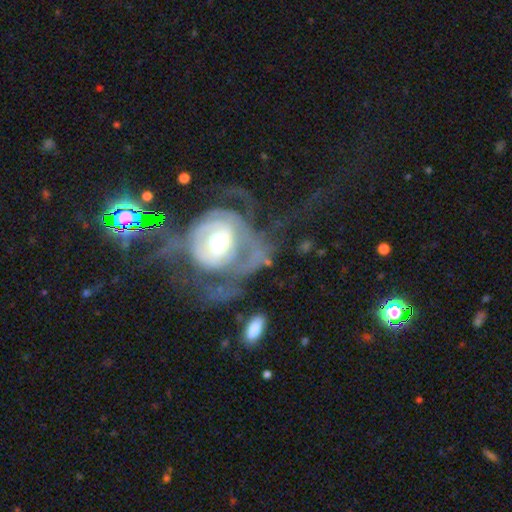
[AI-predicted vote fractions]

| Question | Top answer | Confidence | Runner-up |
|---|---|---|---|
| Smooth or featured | featured or disk | 72% | smooth (19%) |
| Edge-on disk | no | 96% | yes (4%) |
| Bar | no | 76% | weak (17%) |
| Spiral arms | yes | 57% | no (43%) |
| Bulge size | moderate | 62% | large (28%) |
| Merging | major disturbance | 57% | none (22%) |